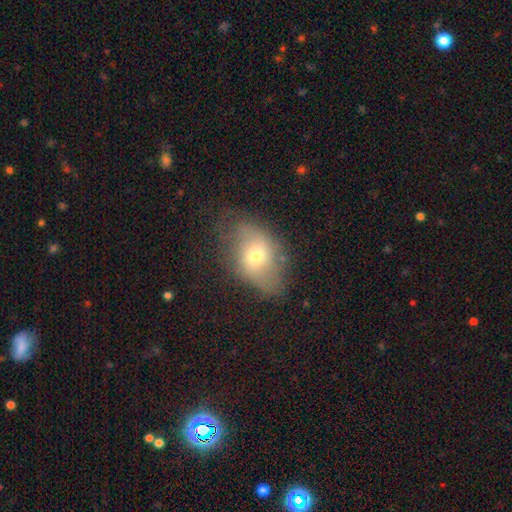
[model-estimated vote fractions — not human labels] smooth-or-featured: smooth: 56% | featured or disk: 33% | star or artifact: 11%
  how-rounded: in between: 81% | round: 17% | cigar-shaped: 2%
  merging: none: 65% | minor disturbance: 24% | major disturbance: 9% | merger: 2%